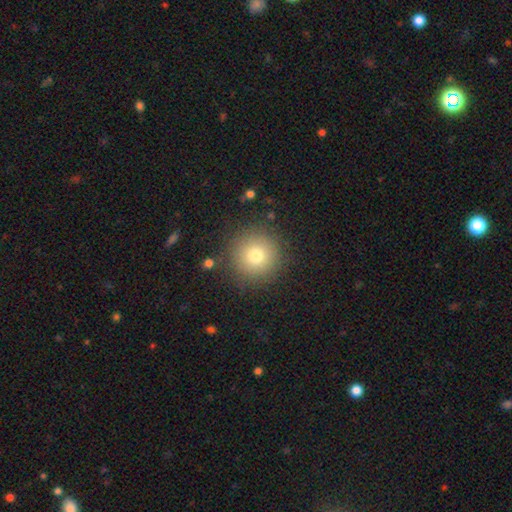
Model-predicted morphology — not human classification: Smooth or featured? Predicted: smooth (p=0.76). How rounded? Predicted: round (p=0.95). Merging? Predicted: none (p=0.88).